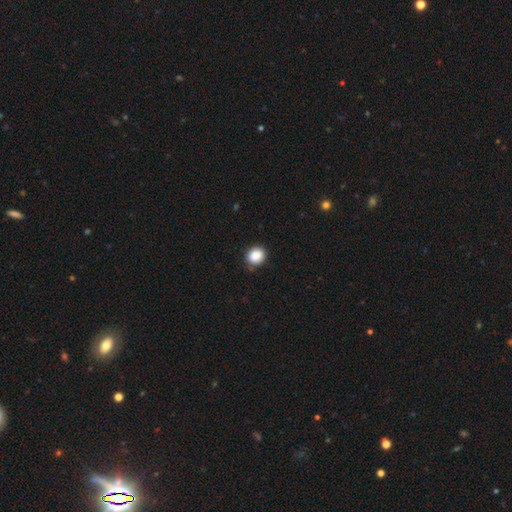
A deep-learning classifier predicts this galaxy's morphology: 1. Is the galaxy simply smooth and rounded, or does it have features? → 88% smooth, 9% star or artifact, 3% featured or disk.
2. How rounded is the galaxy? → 74% round, 25% in between, 1% cigar-shaped.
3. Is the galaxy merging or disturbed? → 82% none, 14% minor disturbance, 3% major disturbance, 1% merger.